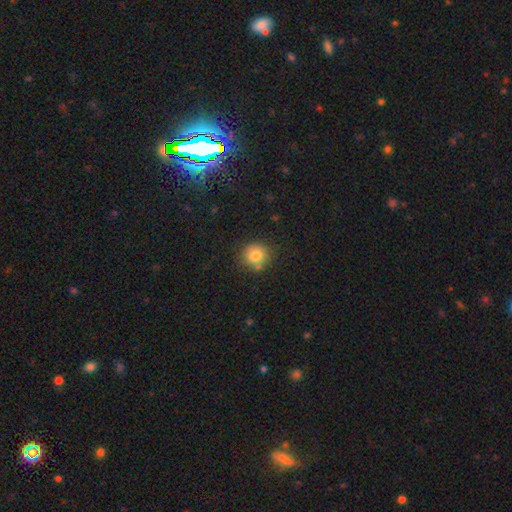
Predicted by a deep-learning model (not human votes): This is clearly a smooth galaxy (80%). How rounded: clearly round (88%). Merging: likely none (78%).